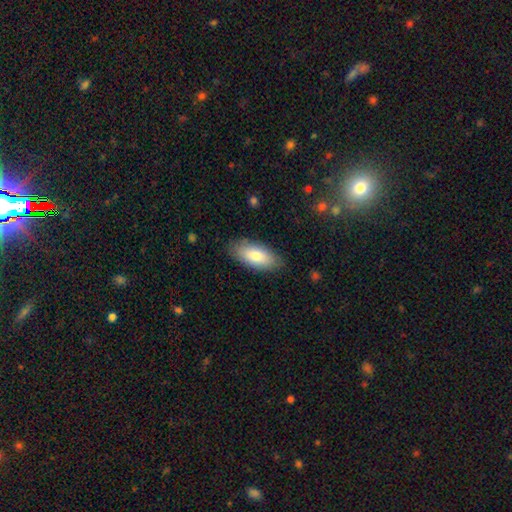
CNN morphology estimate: smooth 80%, featured or disk 14%, star or artifact 6%. Down the decision tree: how rounded — in between (88%); merging — none (84%).